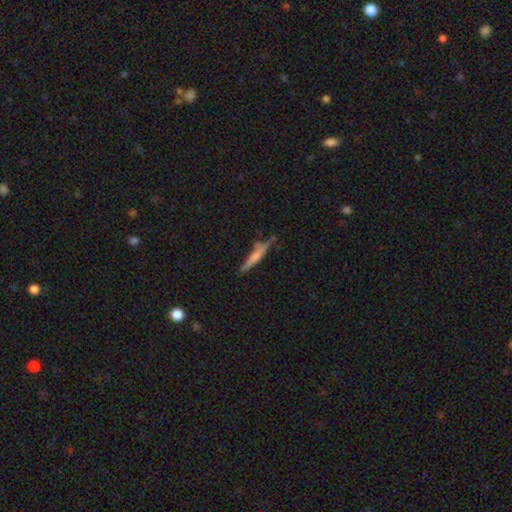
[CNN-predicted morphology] This appears to be a smooth galaxy with no disk features (56%) that is cigar-shaped (91%). Merging: none (65%).